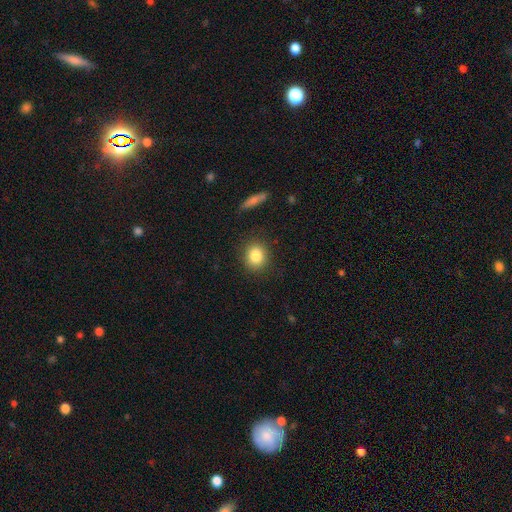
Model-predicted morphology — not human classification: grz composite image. It shows a smooth galaxy with no disk features (84%) that is round (76%). Merging: none (88%).